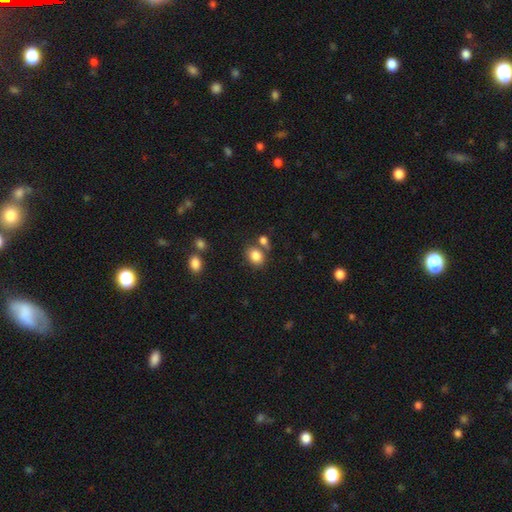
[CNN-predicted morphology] Q: Smooth or featured?
A: smooth (83%); runner-up: star or artifact (10%)
Q: How rounded?
A: in between (58%); runner-up: round (41%)
Q: Merging?
A: none (62%); runner-up: merger (22%)